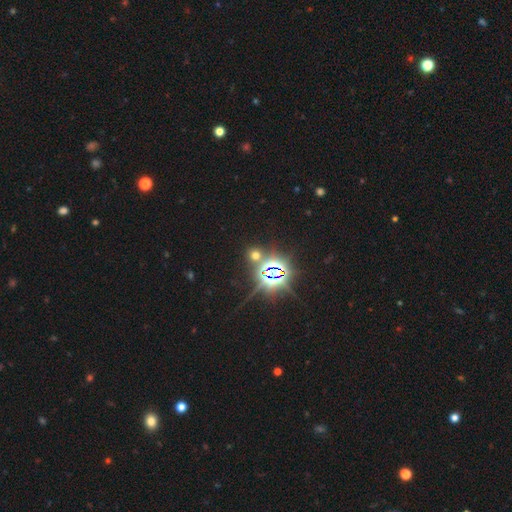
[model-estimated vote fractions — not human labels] Morphology: type=star or artifact (57%).